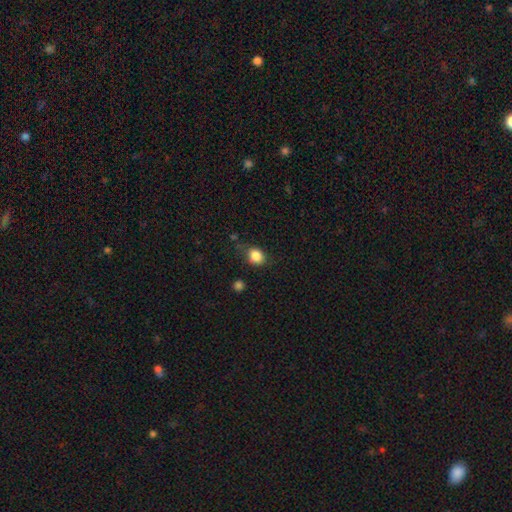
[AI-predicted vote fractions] Morphology: type=smooth (84%); roundness=round (61%); merging=none (71%).